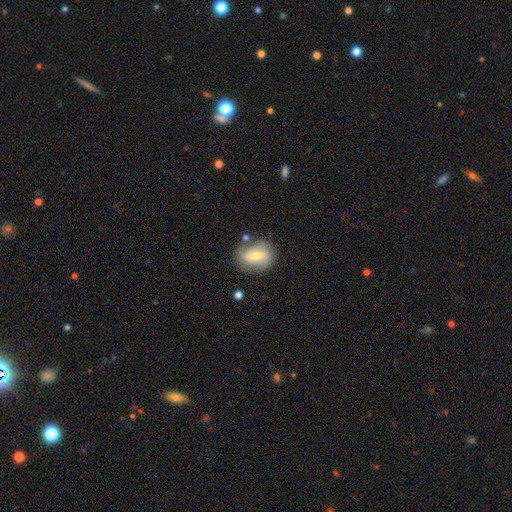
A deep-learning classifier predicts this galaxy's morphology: This appears to be a featured or disk galaxy (52%). Merging: none (70%).